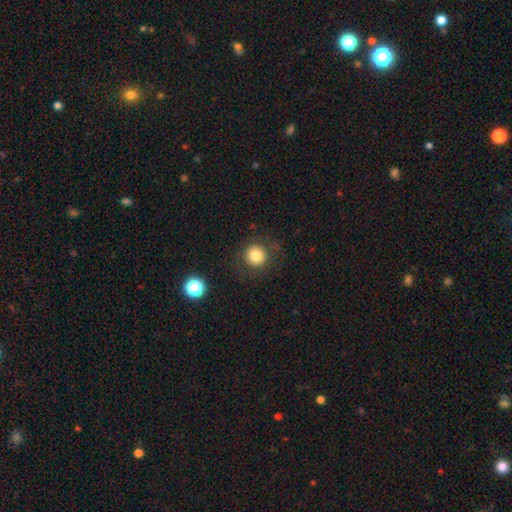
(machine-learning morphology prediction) smooth 81%, star or artifact 11%, featured or disk 8%. Down the decision tree: how rounded — round (93%); merging — none (84%).